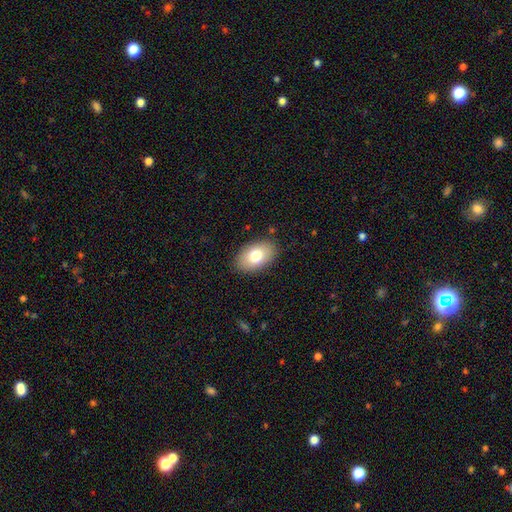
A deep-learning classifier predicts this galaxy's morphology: type=smooth (76%); roundness=in between (90%); merging=none (86%).